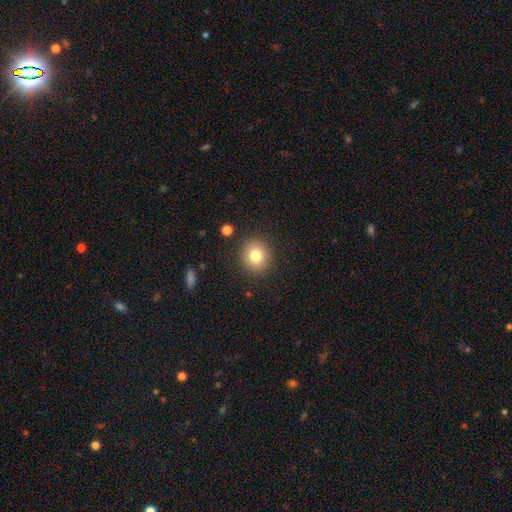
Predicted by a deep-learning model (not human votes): smooth_or_featured: smooth (p=0.79) [alt: star or artifact p=0.11]
how_rounded: round (p=0.85) [alt: in between p=0.14]
merging: none (p=0.89) [alt: minor disturbance p=0.07]